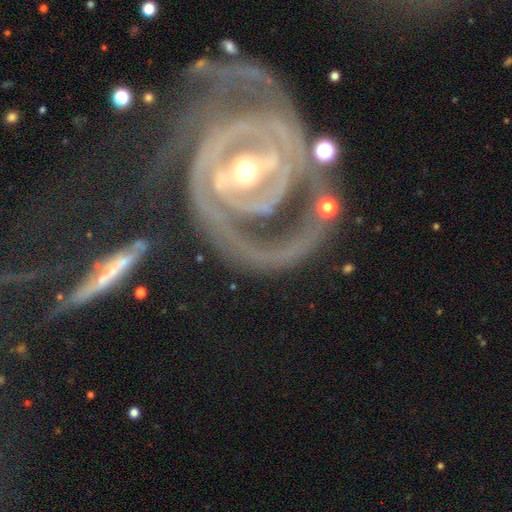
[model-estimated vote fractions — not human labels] featured or disk 88%, smooth 7%, star or artifact 5%. Down the decision tree: edge-on disk — no (96%); bar — strong (54%); spiral arms — yes (89%); spiral arm count — 2 (49%); spiral winding — tight (54%); bulge size — moderate (63%); merging — none (45%).